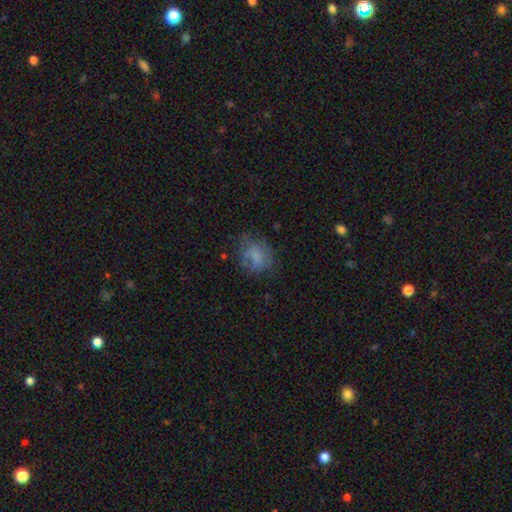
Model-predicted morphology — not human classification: smooth_or_featured: smooth (p=0.61) [alt: featured or disk p=0.26]
how_rounded: round (p=0.60) [alt: in between p=0.39]
merging: none (p=0.58) [alt: minor disturbance p=0.23]